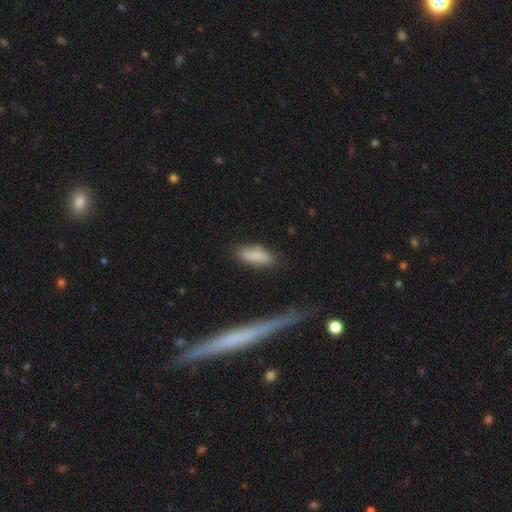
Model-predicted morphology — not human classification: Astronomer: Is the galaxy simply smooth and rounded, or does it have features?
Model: smooth — 83%.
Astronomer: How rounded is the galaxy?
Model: in between — 57% (runner-up: cigar-shaped, 41%).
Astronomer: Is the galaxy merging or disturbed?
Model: none — 76%.